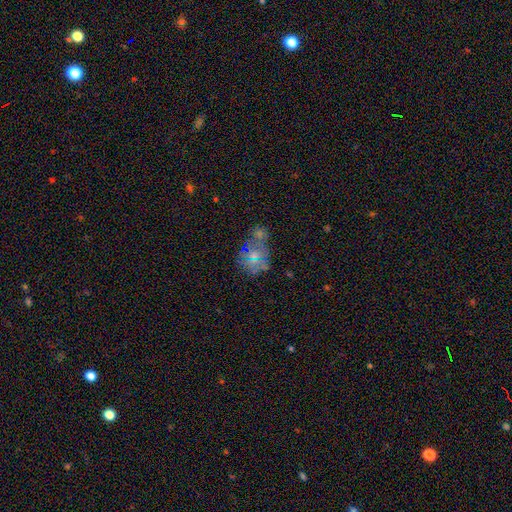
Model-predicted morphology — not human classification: A featured or disk galaxy (41%). Merging: none (42%).